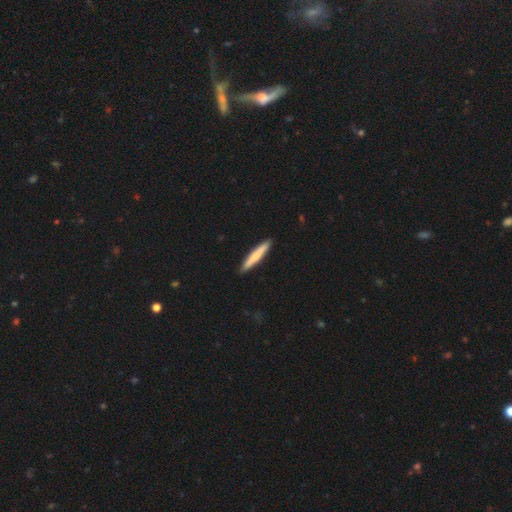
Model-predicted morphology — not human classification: Smooth or featured? smooth (71%)
How rounded? cigar-shaped (95%)
Merging? none (92%)